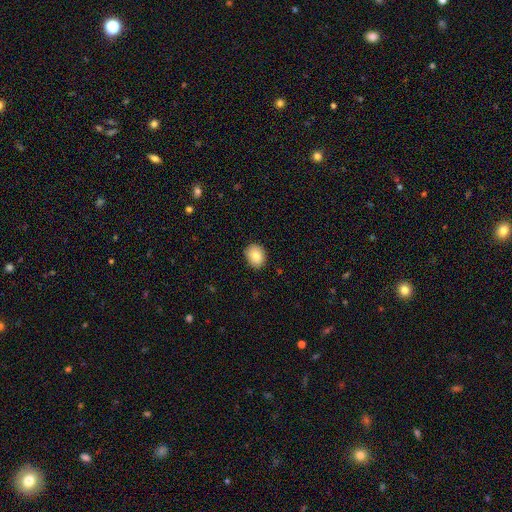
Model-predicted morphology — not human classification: The model was most divided on "how rounded": in between: 55%, round: 44%, cigar-shaped: 1%. More confident: merging — none (87%); smooth or featured — smooth (84%).